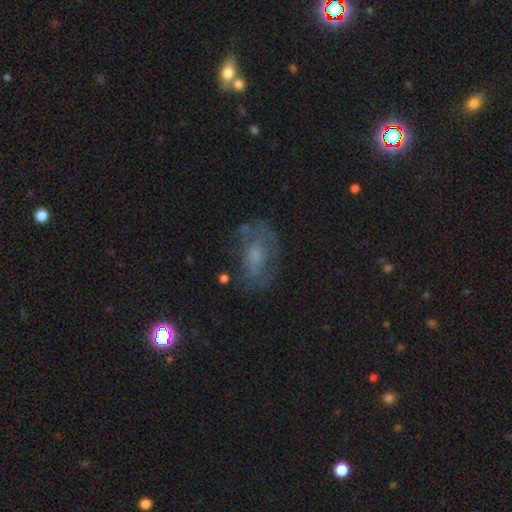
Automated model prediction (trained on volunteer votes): Morphology: type=featured or disk (51%); edge-on=no (94%); merging=none (60%).